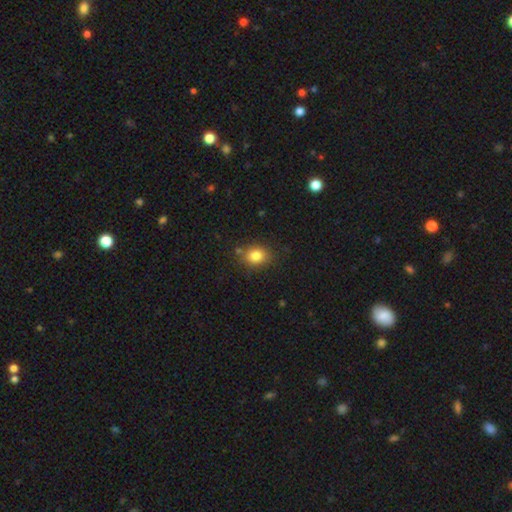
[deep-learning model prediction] smooth_or_featured: smooth (p=0.82) [alt: star or artifact p=0.11]
how_rounded: round (p=0.51) [alt: in between p=0.48]
merging: none (p=0.79) [alt: minor disturbance p=0.13]